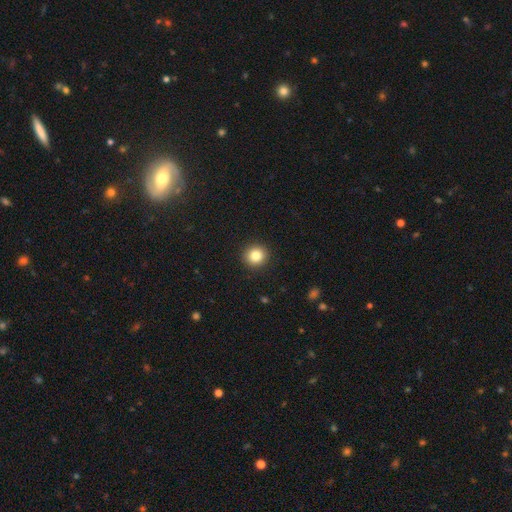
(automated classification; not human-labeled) smooth_or_featured: smooth (p=0.84) [alt: star or artifact p=0.10]
how_rounded: round (p=0.90) [alt: in between p=0.09]
merging: none (p=0.92) [alt: minor disturbance p=0.05]